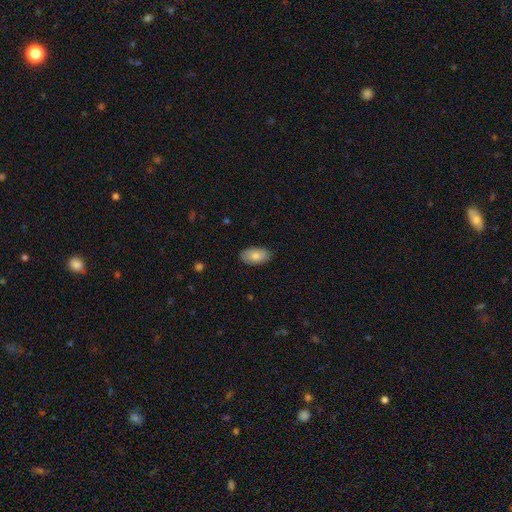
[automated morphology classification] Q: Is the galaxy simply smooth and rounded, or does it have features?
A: smooth — 80%.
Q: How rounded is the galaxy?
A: in between — 95%.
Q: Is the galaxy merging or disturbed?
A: none — 85%.